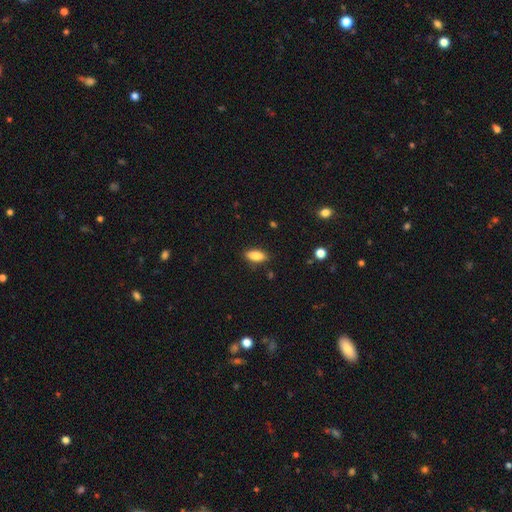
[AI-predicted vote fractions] Overall: smooth (86%). How rounded: in between (86%). Merging: none (87%).